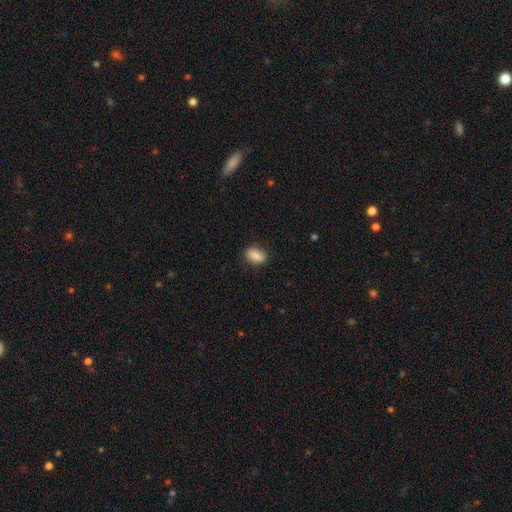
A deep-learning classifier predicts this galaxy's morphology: A smooth galaxy with no disk features (86%) that is in between round and cigar-shaped (87%). Merging: none (82%).